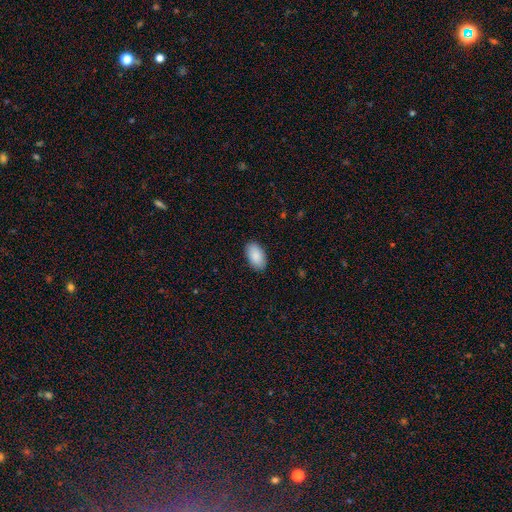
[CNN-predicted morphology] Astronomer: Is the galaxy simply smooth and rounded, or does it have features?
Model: smooth — 89%.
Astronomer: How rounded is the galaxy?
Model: in between — 95%.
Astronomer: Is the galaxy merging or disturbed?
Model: none — 89%.